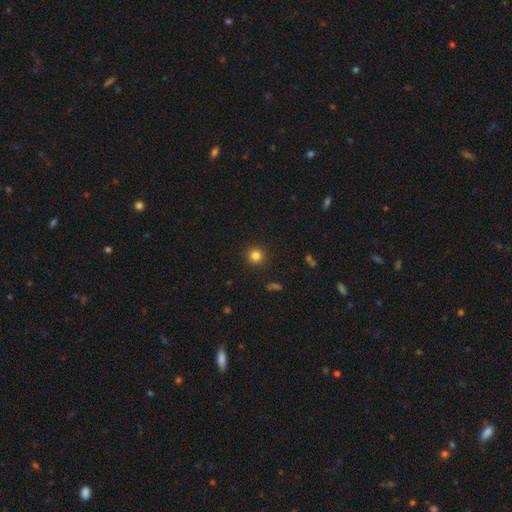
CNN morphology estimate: Smooth or featured: smooth — 82% (star or artifact — 13%)
How rounded: round — 94% (in between — 5%)
Merging: none — 92% (minor disturbance — 5%)